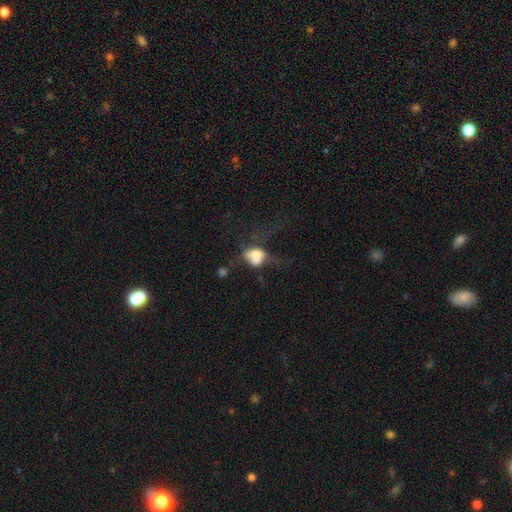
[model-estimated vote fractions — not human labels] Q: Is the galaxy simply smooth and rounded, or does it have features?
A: smooth — 56%.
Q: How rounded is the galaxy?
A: in between — 68%.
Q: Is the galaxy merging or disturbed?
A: major disturbance — 35%.